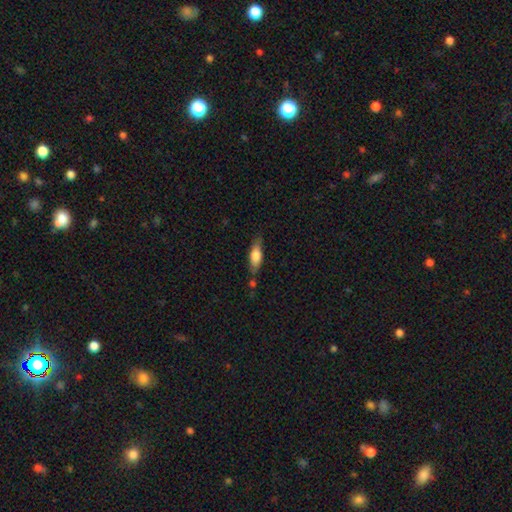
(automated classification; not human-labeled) This is likely a smooth galaxy (68%). How rounded: likely in between (63%). Merging: likely none (65%).